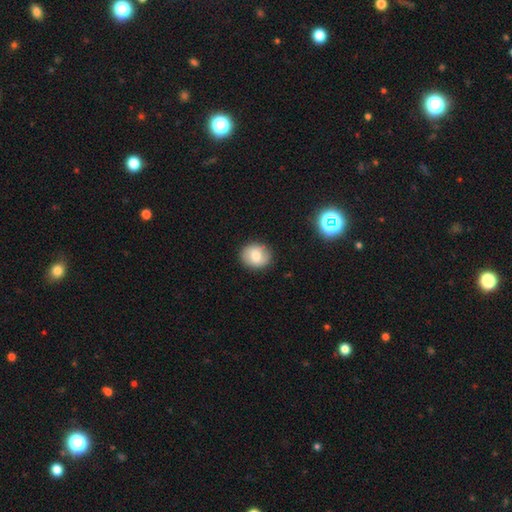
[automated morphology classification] Smooth or featured? smooth (72%)
How rounded? round (66%)
Merging? none (86%)